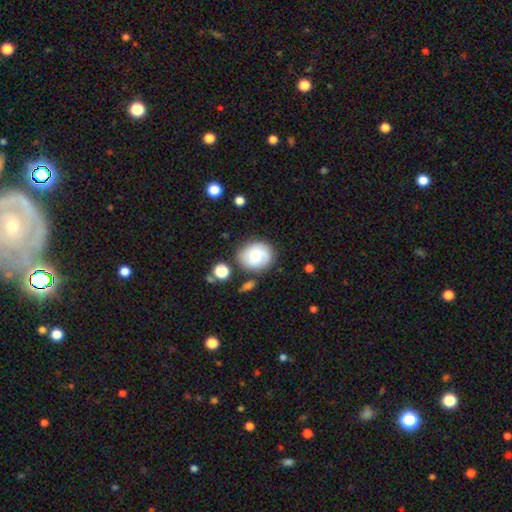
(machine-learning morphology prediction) A smooth galaxy with no disk features (62%) that is round (68%).

Vote fractions:
- Smooth or featured? smooth: 62% / featured or disk: 29% / star or artifact: 9%
- How rounded? round: 68% / in between: 31% / cigar-shaped: 1%
- Merging? none: 72% / minor disturbance: 16% / merger: 7% / major disturbance: 5%